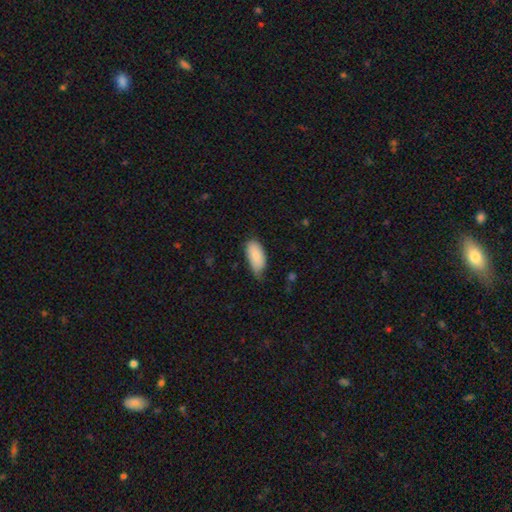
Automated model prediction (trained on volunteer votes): Smooth or featured?
  - smooth: 85% *
  - featured or disk: 9%
  - star or artifact: 6%
How rounded?
  - in between: 93% *
  - cigar-shaped: 5%
  - round: 2%
Merging?
  - none: 49% *
  - minor disturbance: 42%
  - major disturbance: 8%
  - merger: 2%